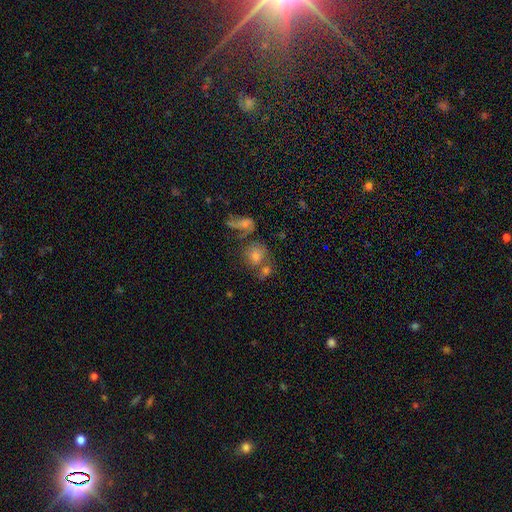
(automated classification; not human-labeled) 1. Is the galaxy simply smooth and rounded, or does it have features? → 52% smooth, 25% featured or disk, 24% star or artifact.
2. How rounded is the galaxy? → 71% round, 27% in between, 2% cigar-shaped.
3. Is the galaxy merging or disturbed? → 47% none, 31% merger, 13% minor disturbance, 9% major disturbance.